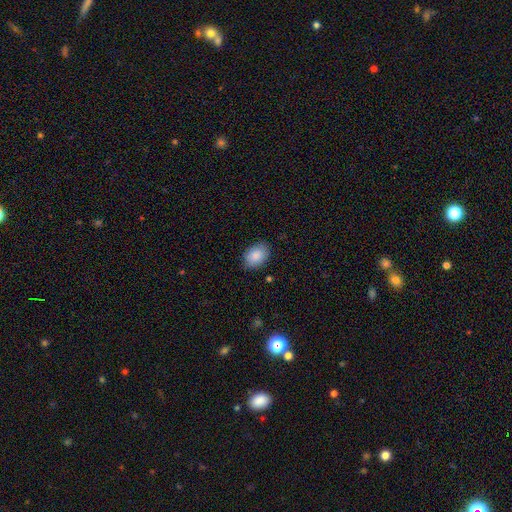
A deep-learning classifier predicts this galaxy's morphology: smooth-or-featured: smooth: 88% | star or artifact: 7% | featured or disk: 5%
  how-rounded: in between: 81% | round: 18% | cigar-shaped: 1%
  merging: none: 84% | minor disturbance: 12% | major disturbance: 3% | merger: 1%